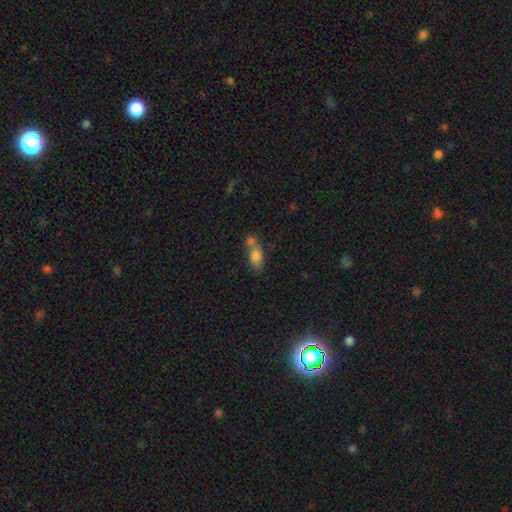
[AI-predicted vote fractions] Q: Smooth or featured?
A: smooth (79%); runner-up: featured or disk (12%)
Q: How rounded?
A: in between (83%); runner-up: cigar-shaped (9%)
Q: Merging?
A: merger (54%); runner-up: none (29%)